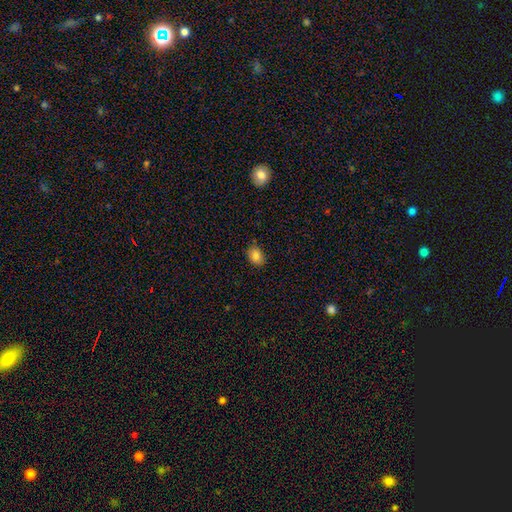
Smooth or featured: smooth — 87% (star or artifact — 10%)
How rounded: in between — 91% (round — 9%)
Merging: none — 80% (minor disturbance — 14%)